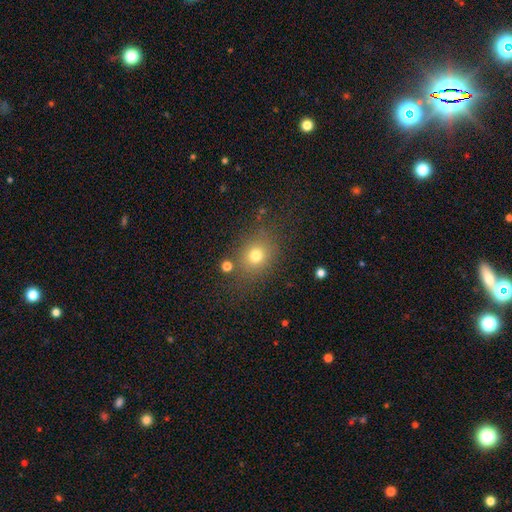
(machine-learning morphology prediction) Smooth or featured? Predicted: smooth (p=0.75). How rounded? Predicted: round (p=0.63). Merging? Predicted: none (p=0.76).